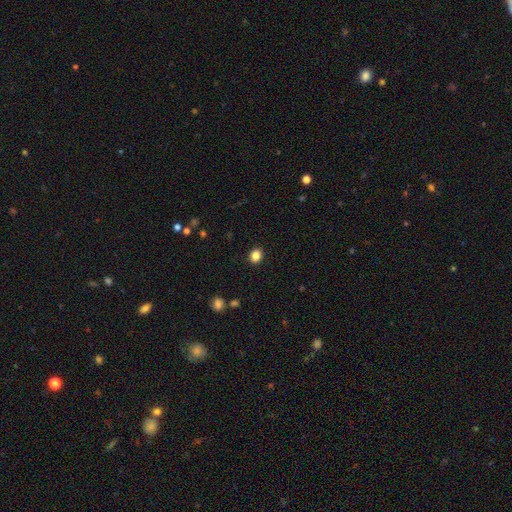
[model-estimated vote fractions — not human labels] This appears to be a smooth galaxy with no disk features (86%) that is round (56%). Merging: none (90%).